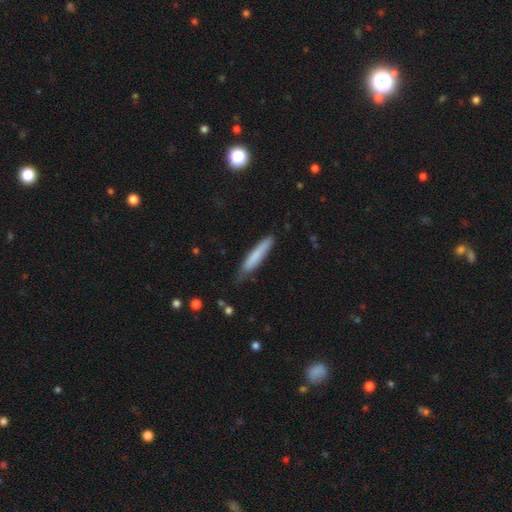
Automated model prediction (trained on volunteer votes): smooth-or-featured: smooth: 77% | featured or disk: 17% | star or artifact: 6%
  how-rounded: cigar-shaped: 91% | in between: 8% | round: 1%
  merging: none: 74% | minor disturbance: 21% | major disturbance: 3% | merger: 2%